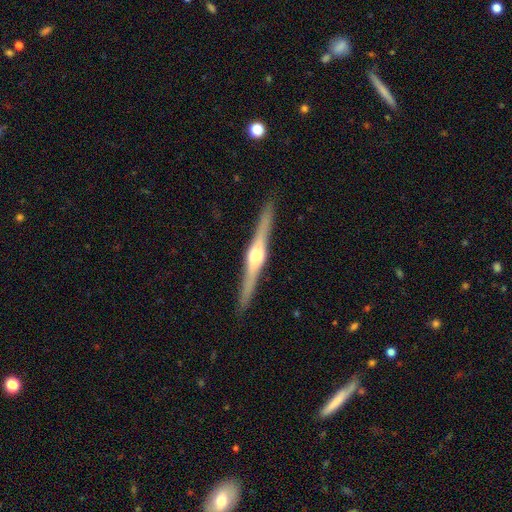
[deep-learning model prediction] featured or disk 84%, smooth 11%, star or artifact 5%. Down the decision tree: edge-on disk — yes (98%); edge-on bulge — rounded (90%); merging — none (92%).